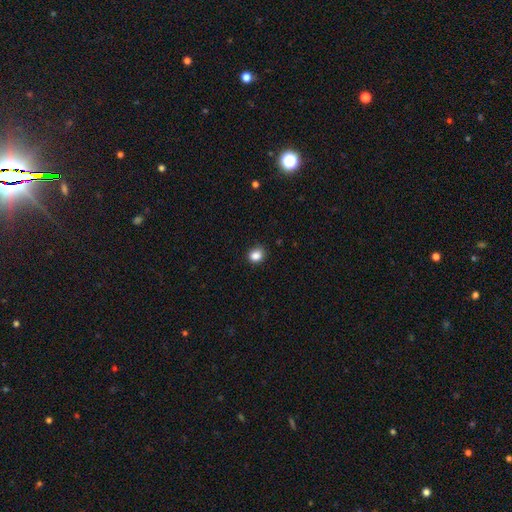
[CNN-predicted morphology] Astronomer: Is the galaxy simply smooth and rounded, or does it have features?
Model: smooth — 86%.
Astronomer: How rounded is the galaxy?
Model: round — 72%.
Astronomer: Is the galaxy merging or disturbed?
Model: none — 82%.